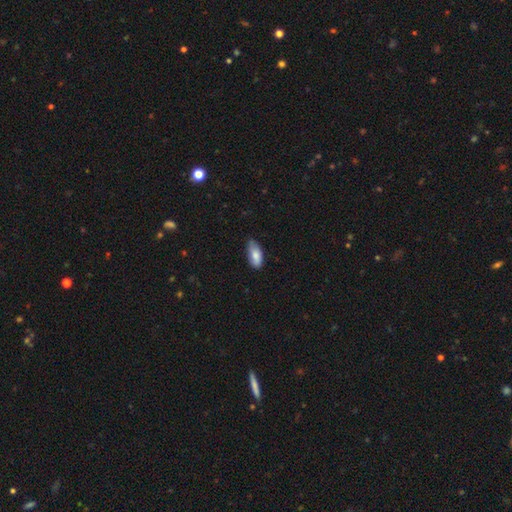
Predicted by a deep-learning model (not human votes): smooth 81%, featured or disk 13%, star or artifact 7%. Down the decision tree: how rounded — in between (89%); merging — none (58%).